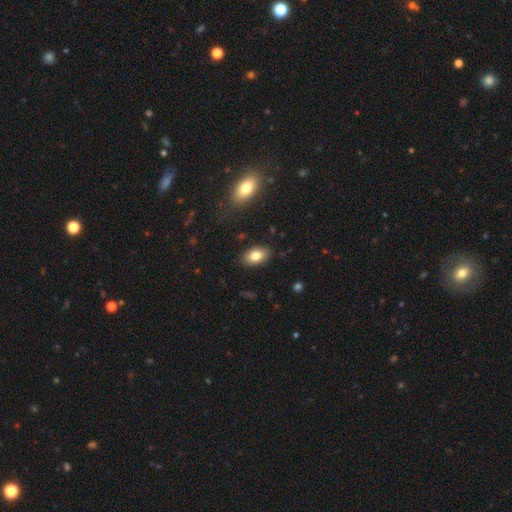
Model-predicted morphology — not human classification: This is clearly a smooth galaxy (81%). How rounded: clearly in between (90%). Merging: clearly none (87%).